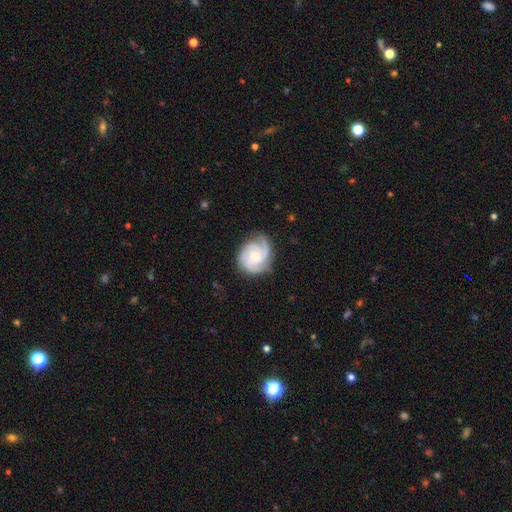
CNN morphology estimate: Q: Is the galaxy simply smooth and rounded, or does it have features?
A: featured or disk — 83%.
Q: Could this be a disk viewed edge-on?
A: no — 98%.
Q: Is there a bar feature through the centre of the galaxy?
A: no — 73%.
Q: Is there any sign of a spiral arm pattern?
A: yes — 97%.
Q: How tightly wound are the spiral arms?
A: tight — 54%.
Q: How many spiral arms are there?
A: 3 — 56%.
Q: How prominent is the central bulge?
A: small — 54%.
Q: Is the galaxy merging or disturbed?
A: none — 72%.